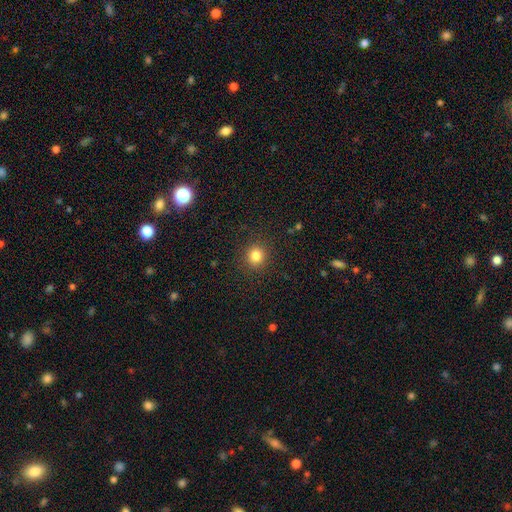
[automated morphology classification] This appears to be a smooth galaxy with no disk features (82%) that is round (89%). Merging: none (90%).